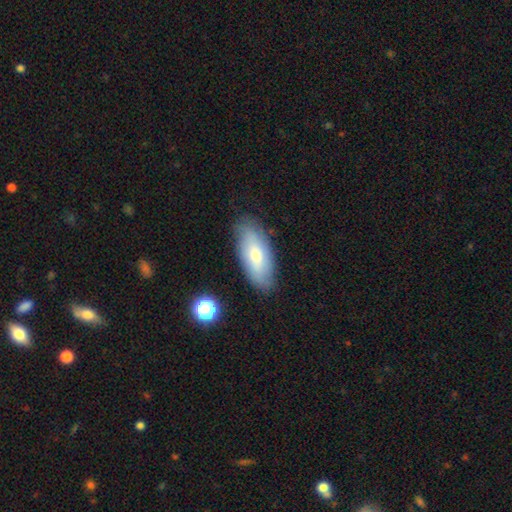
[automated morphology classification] smooth 66%, featured or disk 27%, star or artifact 7%. Down the decision tree: how rounded — in between (84%); merging — none (80%).